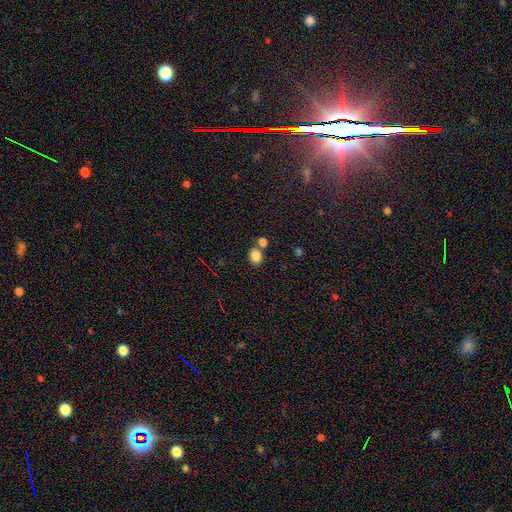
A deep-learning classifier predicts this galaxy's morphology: smooth_or_featured: smooth (p=0.84) [alt: star or artifact p=0.11]
how_rounded: round (p=0.50) [alt: in between p=0.49]
merging: none (p=0.61) [alt: merger p=0.26]